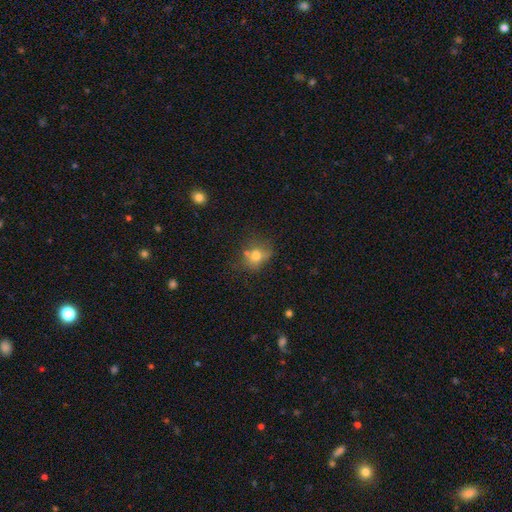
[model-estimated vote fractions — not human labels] Smooth or featured? smooth (71%)
How rounded? round (59%)
Merging? none (52%)